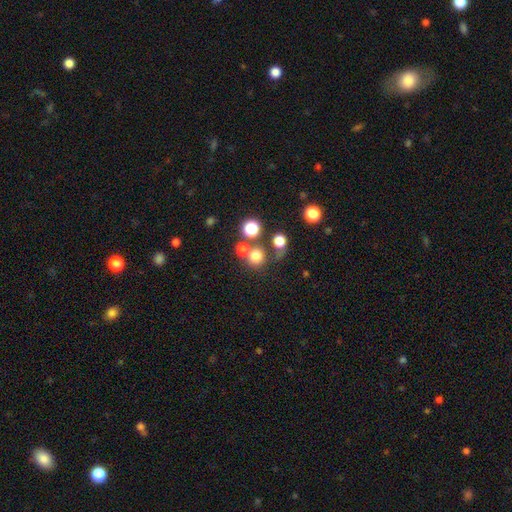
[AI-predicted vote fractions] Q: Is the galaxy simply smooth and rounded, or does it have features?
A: smooth — 74%.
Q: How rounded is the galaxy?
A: round — 88%.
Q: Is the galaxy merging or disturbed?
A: none — 57%.